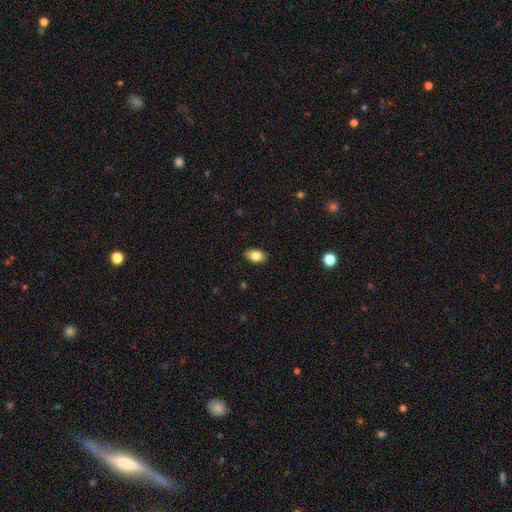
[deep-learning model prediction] smooth-or-featured: smooth: 83% | featured or disk: 9% | star or artifact: 8%
  how-rounded: in between: 89% | round: 9% | cigar-shaped: 2%
  merging: none: 88% | minor disturbance: 9% | major disturbance: 2% | merger: 1%